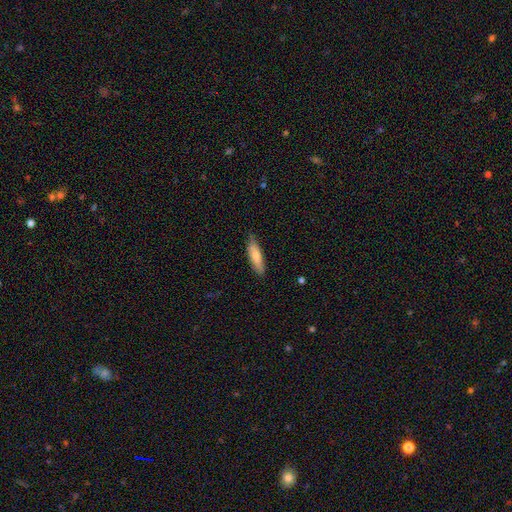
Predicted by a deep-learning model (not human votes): This appears to be a smooth galaxy with no disk features (74%) that is cigar-shaped (63%). Merging: none (80%).